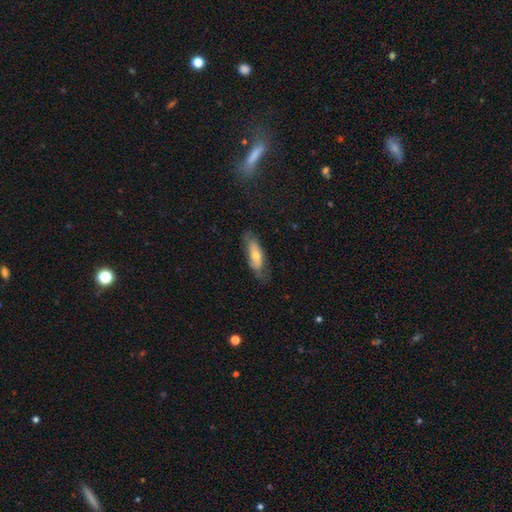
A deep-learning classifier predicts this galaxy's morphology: Smooth or featured? smooth (56%)
How rounded? in between (56%)
Merging? none (64%)